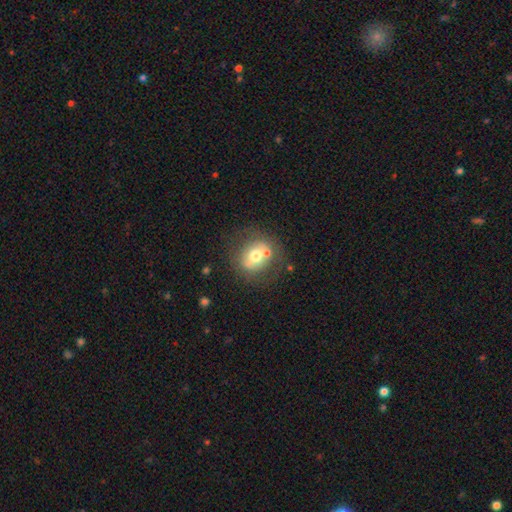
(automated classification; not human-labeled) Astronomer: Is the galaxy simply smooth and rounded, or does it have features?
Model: smooth — 54% (runner-up: featured or disk, 36%).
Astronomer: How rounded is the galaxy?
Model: round — 71%.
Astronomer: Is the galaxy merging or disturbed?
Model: none — 63%.